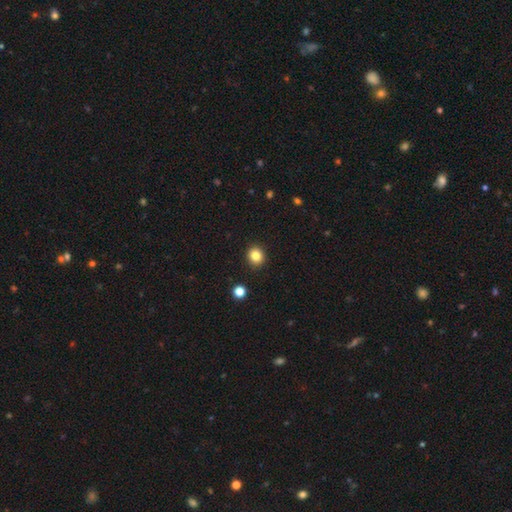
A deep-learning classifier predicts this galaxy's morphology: smooth 83%, star or artifact 11%, featured or disk 6%. Down the decision tree: how rounded — round (83%); merging — none (92%).